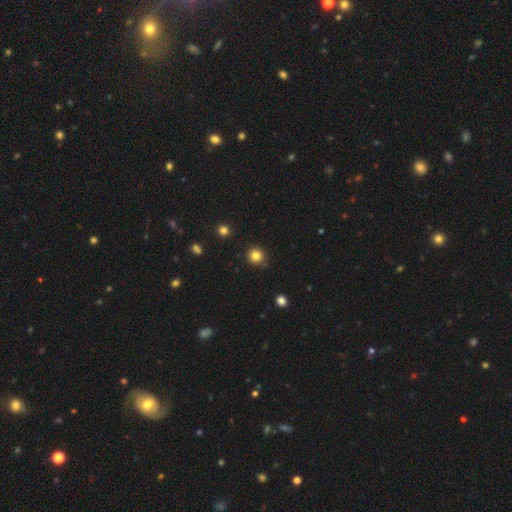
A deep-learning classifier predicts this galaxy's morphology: Overall: smooth (83%). How rounded: round (94%). Merging: none (88%).